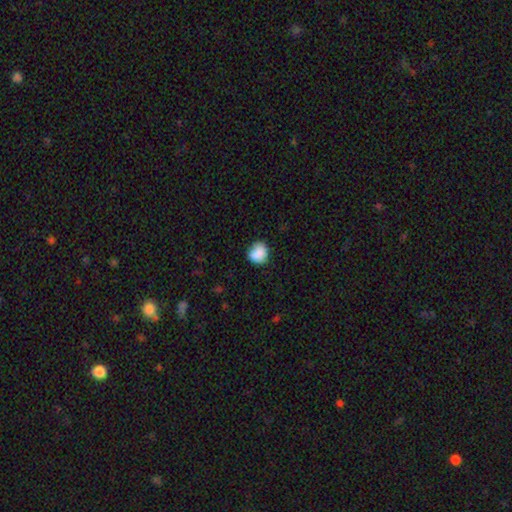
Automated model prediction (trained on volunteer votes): smooth_or_featured: smooth (p=0.86) [alt: star or artifact p=0.08]
how_rounded: round (p=0.75) [alt: in between p=0.24]
merging: none (p=0.68) [alt: minor disturbance p=0.23]